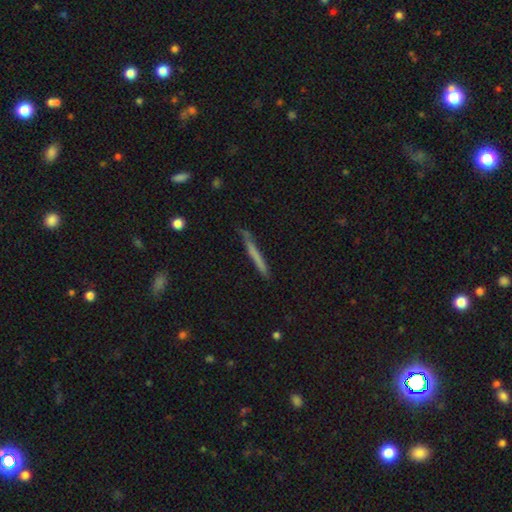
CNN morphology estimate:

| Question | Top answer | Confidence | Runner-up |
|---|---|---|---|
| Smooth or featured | smooth | 61% | featured or disk (32%) |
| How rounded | cigar-shaped | 96% | in between (2%) |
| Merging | none | 79% | minor disturbance (15%) |